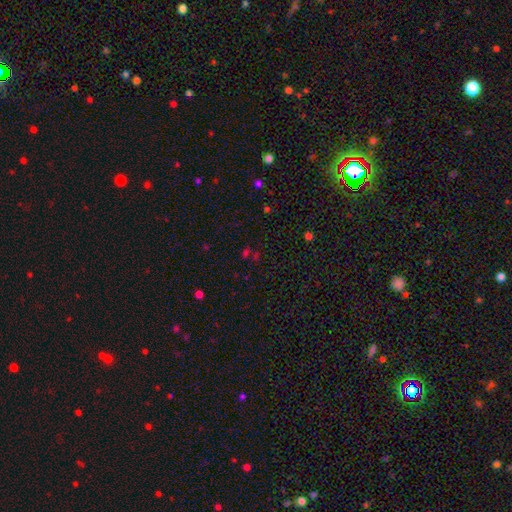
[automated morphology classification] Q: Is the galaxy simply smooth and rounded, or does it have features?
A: star or artifact — 55%.